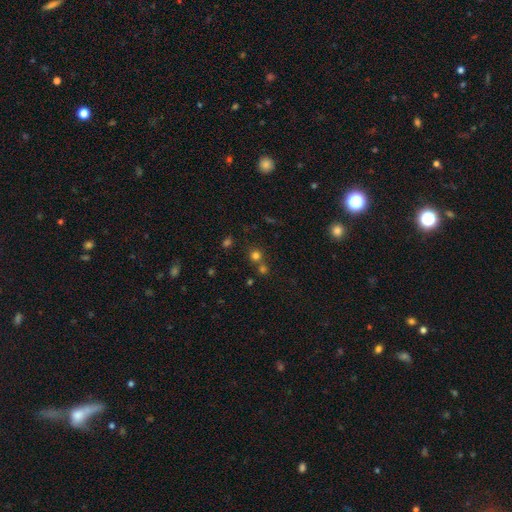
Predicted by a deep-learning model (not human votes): Smooth or featured?
  - smooth: 69% *
  - star or artifact: 24%
  - featured or disk: 8%
How rounded?
  - round: 89% *
  - in between: 9%
  - cigar-shaped: 1%
Merging?
  - none: 65% *
  - merger: 26%
  - minor disturbance: 7%
  - major disturbance: 3%